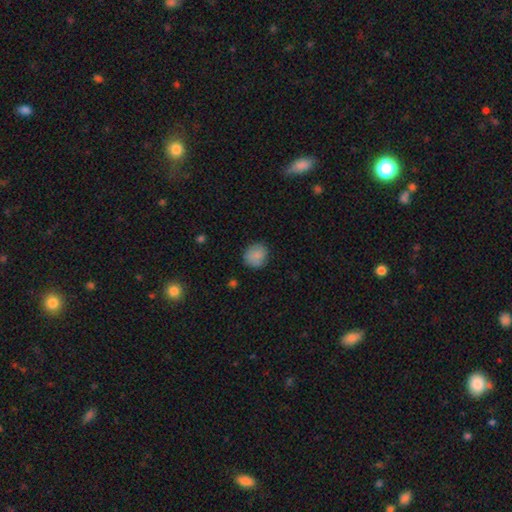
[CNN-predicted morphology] This appears to be a smooth galaxy with no disk features (86%) that is round (81%). Merging: none (82%).